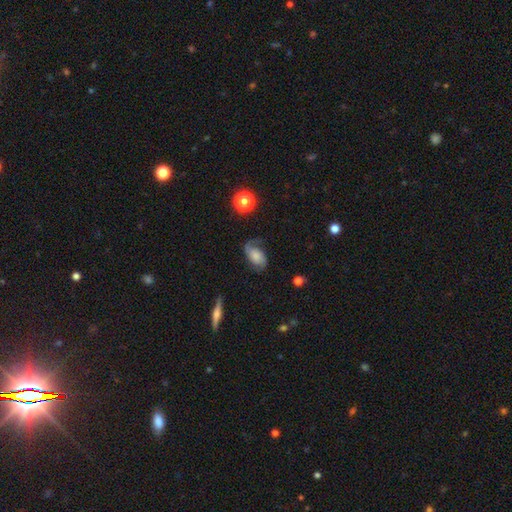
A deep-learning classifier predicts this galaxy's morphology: featured or disk 64%, smooth 28%, star or artifact 9%. Down the decision tree: edge-on disk — no (95%); bar — no (66%); spiral arms — yes (92%); spiral arm count — 2 (78%); spiral winding — medium (41%); bulge size — small (27%); merging — none (60%).